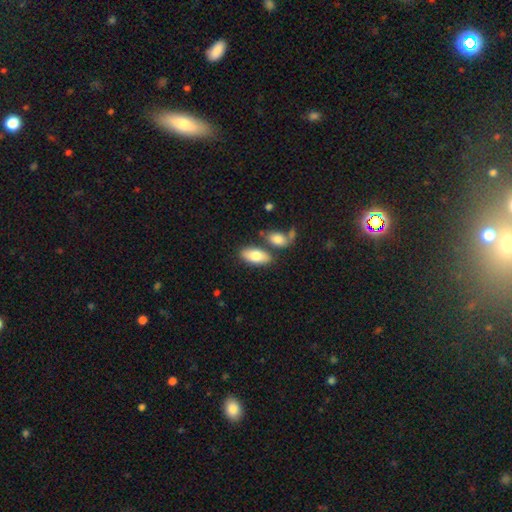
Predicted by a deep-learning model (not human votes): The model was most divided on "merging": none: 70%, merger: 15%, minor disturbance: 11%, major disturbance: 3%. More confident: how rounded — in between (90%); smooth or featured — smooth (80%).